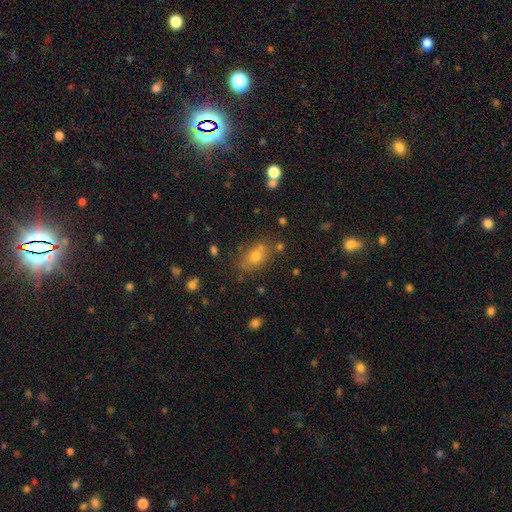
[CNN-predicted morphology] Overall: smooth (68%). How rounded: in between (73%). Merging: none (71%).